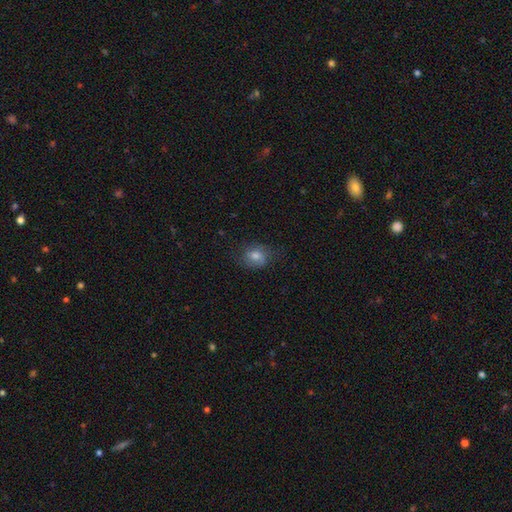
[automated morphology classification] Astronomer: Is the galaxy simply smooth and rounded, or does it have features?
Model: smooth — 56%.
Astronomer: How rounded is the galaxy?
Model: round — 59% (runner-up: in between, 40%).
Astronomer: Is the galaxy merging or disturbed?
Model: none — 69%.